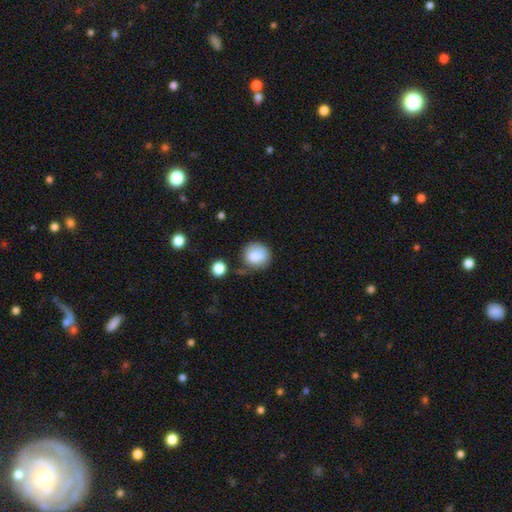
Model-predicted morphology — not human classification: Smooth or featured?
  - smooth: 82% *
  - featured or disk: 10%
  - star or artifact: 8%
How rounded?
  - round: 82% *
  - in between: 17%
  - cigar-shaped: 1%
Merging?
  - none: 64% *
  - minor disturbance: 22%
  - major disturbance: 7%
  - merger: 7%